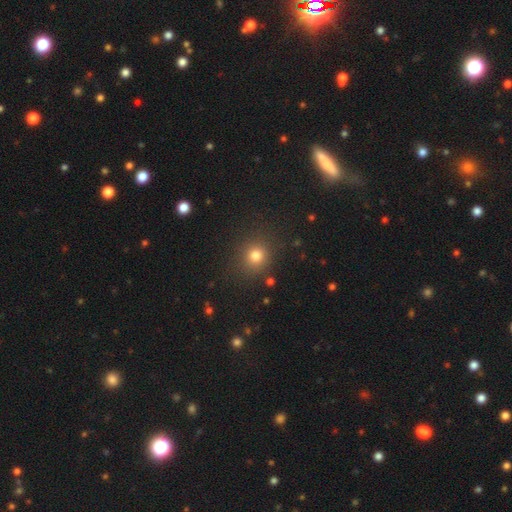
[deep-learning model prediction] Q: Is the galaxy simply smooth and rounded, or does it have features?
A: smooth — 78%.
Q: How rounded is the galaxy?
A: round — 86%.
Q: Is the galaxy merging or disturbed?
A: none — 87%.